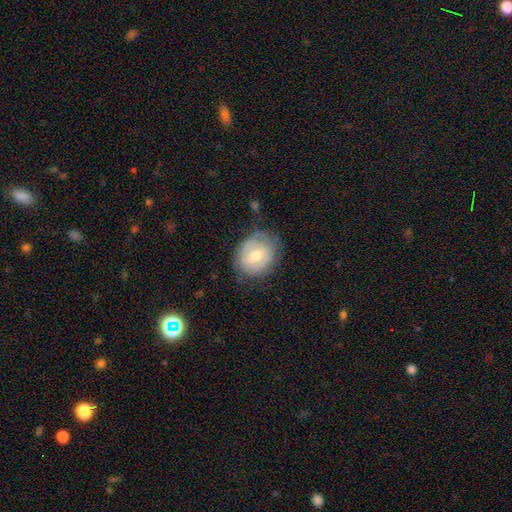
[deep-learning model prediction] Q: Smooth or featured?
A: featured or disk (49%); runner-up: smooth (44%)
Q: Merging?
A: none (68%); runner-up: minor disturbance (22%)